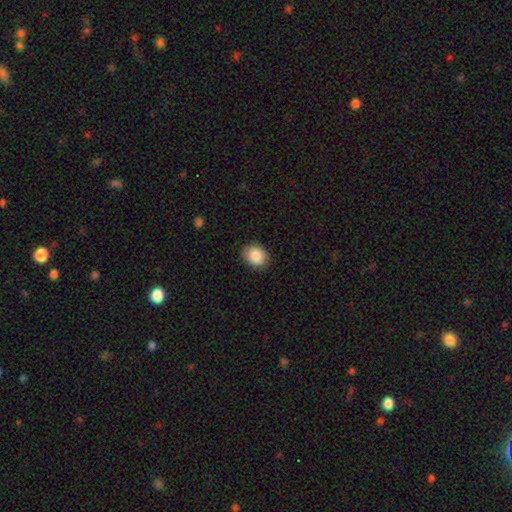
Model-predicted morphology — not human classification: Smooth or featured?
  - smooth: 88% *
  - star or artifact: 8%
  - featured or disk: 4%
How rounded?
  - round: 57% *
  - in between: 43%
  - cigar-shaped: 1%
Merging?
  - none: 88% *
  - minor disturbance: 9%
  - major disturbance: 2%
  - merger: 1%